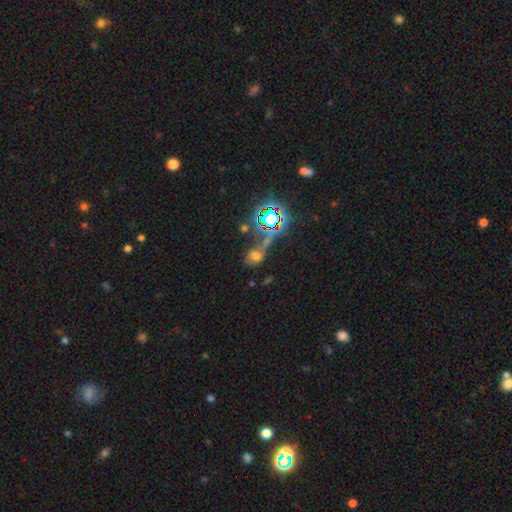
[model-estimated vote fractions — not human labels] This is marginally a smooth galaxy (41%). Merging: marginally none (34%).